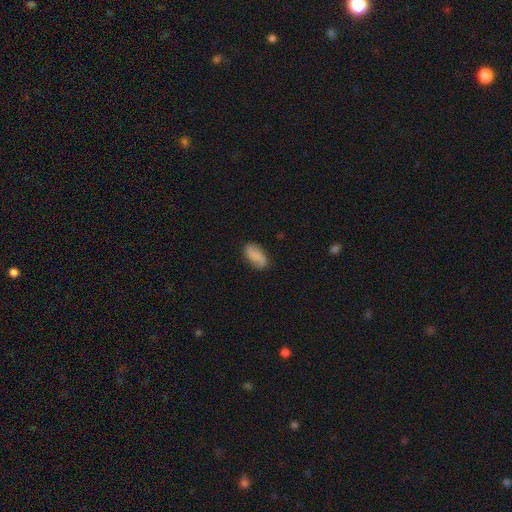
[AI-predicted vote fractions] A smooth galaxy with no disk features (70%) that is in between round and cigar-shaped (90%).

Vote fractions:
- Smooth or featured? smooth: 70% / featured or disk: 21% / star or artifact: 8%
- How rounded? in between: 90% / cigar-shaped: 7% / round: 3%
- Merging? none: 74% / minor disturbance: 19% / major disturbance: 5% / merger: 2%